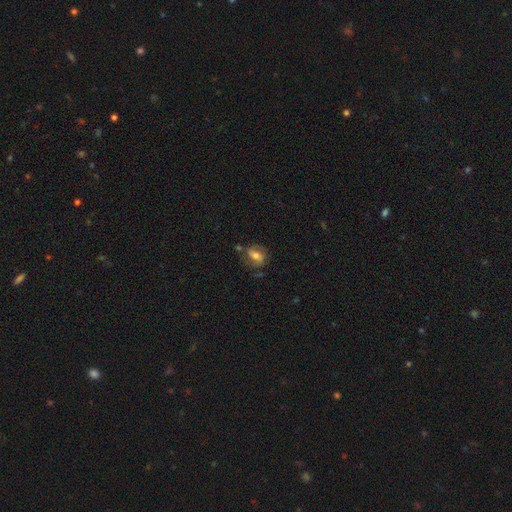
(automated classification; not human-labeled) smooth 51%, featured or disk 39%, star or artifact 10%. Down the decision tree: how rounded — in between (69%); merging — none (55%).